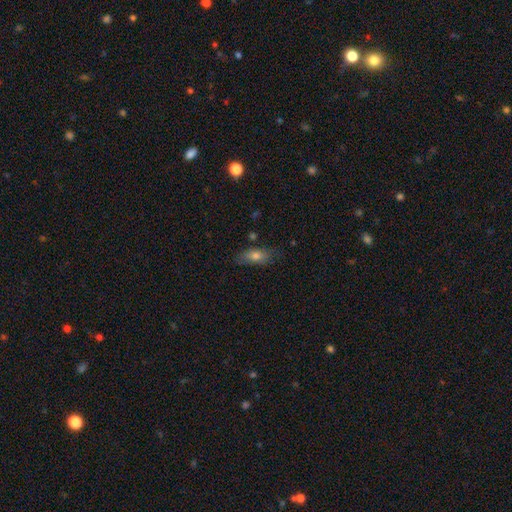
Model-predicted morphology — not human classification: Overall: smooth (72%). How rounded: in between (76%). Merging: none (74%).